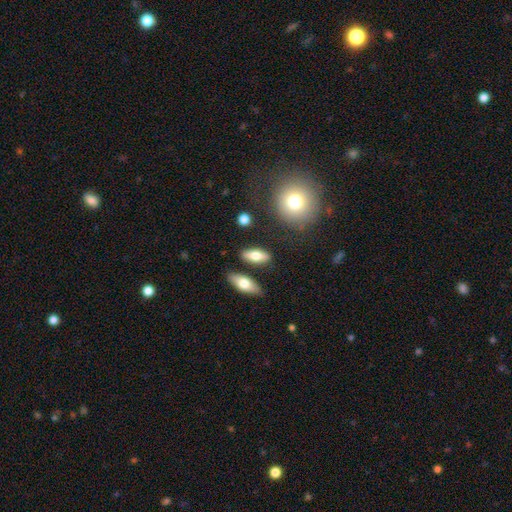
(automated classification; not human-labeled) smooth_or_featured: smooth (p=0.70) [alt: featured or disk p=0.23]
how_rounded: in between (p=0.73) [alt: cigar-shaped p=0.22]
merging: none (p=0.81) [alt: minor disturbance p=0.10]